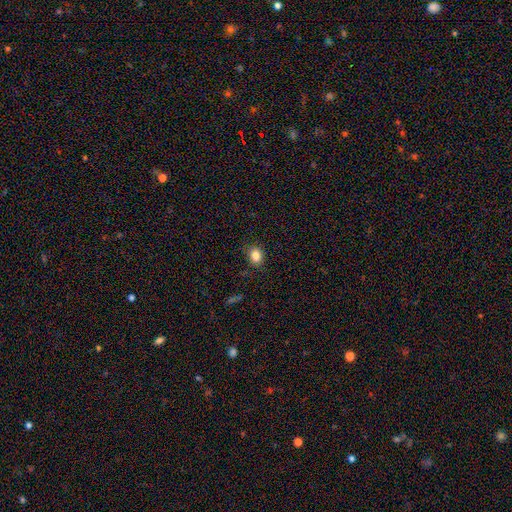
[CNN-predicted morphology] Overall: smooth (84%). How rounded: in between (54%; round 45%). Merging: none (85%).